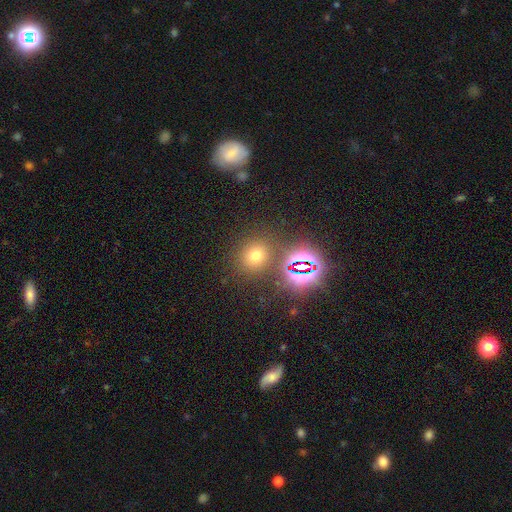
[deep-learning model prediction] Smooth or featured? Predicted: smooth (p=0.62). How rounded? Predicted: round (p=0.81). Merging? Predicted: none (p=0.80).